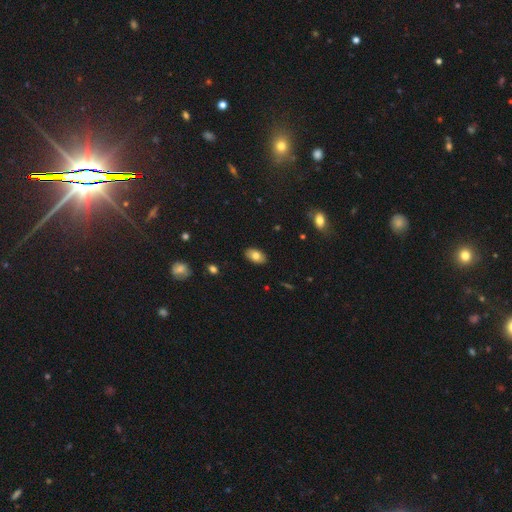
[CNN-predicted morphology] Smooth or featured? smooth (80%)
How rounded? in between (92%)
Merging? none (88%)